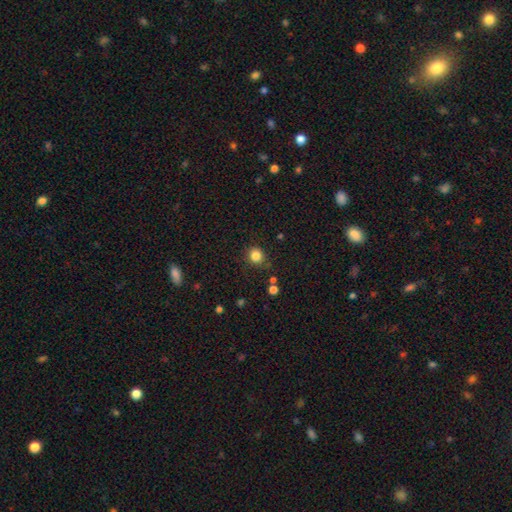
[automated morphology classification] Overall: smooth (84%). How rounded: round (84%). Merging: none (83%).